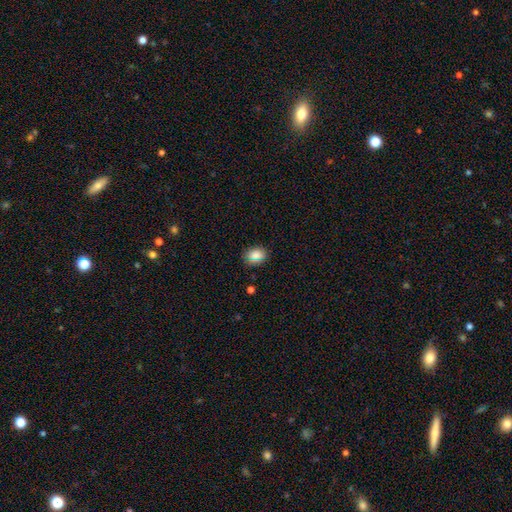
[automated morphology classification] Smooth or featured: smooth — 81% (star or artifact — 13%)
How rounded: in between — 61% (round — 37%)
Merging: none — 83% (minor disturbance — 13%)